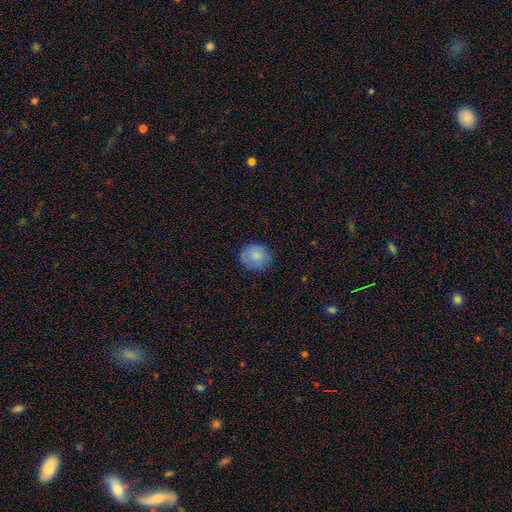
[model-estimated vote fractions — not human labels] A smooth galaxy with no disk features (84%) that is round (77%).

Vote fractions:
- Smooth or featured? smooth: 84% / featured or disk: 8% / star or artifact: 8%
- How rounded? round: 77% / in between: 23% / cigar-shaped: 1%
- Merging? none: 82% / minor disturbance: 14% / major disturbance: 3% / merger: 1%